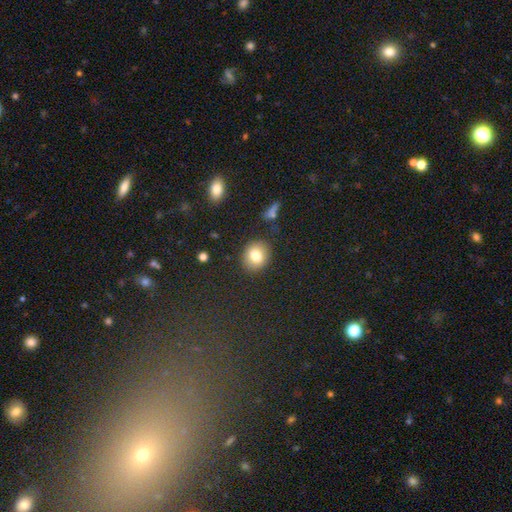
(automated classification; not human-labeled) This is likely a smooth galaxy (79%). How rounded: likely round (72%). Merging: clearly none (86%).